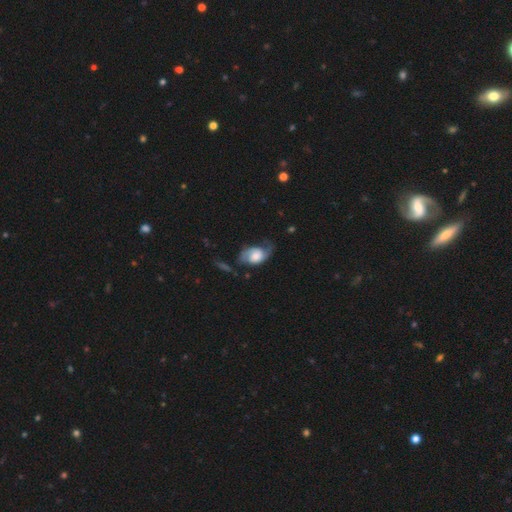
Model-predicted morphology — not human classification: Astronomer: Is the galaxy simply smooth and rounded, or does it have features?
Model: featured or disk — 69%.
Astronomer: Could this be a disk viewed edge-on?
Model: no — 97%.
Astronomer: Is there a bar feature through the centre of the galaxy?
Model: no — 66%.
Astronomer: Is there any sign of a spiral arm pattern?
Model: yes — 91%.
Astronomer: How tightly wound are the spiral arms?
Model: medium — 41% (runner-up: loose, 37%).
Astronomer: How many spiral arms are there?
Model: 2 — 79%.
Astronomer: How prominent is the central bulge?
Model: large — 39% (runner-up: moderate, 32%).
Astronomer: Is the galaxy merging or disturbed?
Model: none — 50% (runner-up: minor disturbance, 28%).